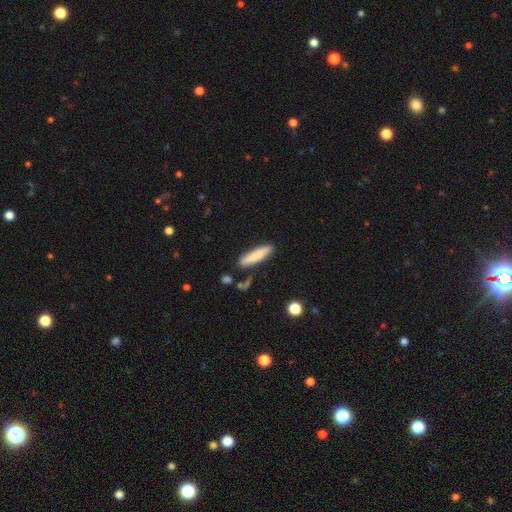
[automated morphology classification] smooth 82%, featured or disk 12%, star or artifact 6%. Down the decision tree: how rounded — cigar-shaped (79%); merging — none (81%).